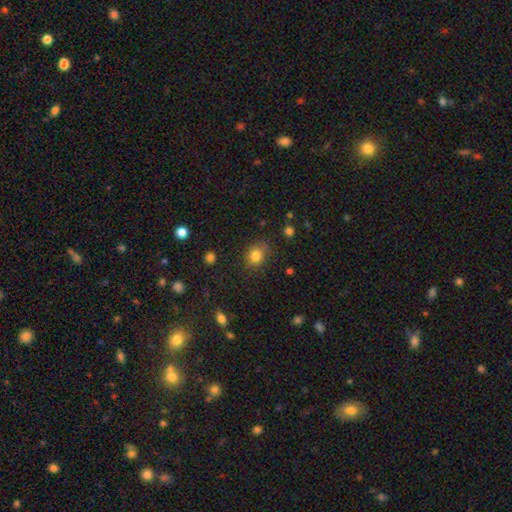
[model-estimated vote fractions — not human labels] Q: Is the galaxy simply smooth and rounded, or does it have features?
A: smooth — 82%.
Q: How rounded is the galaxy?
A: round — 66%.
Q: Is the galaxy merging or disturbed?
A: none — 81%.